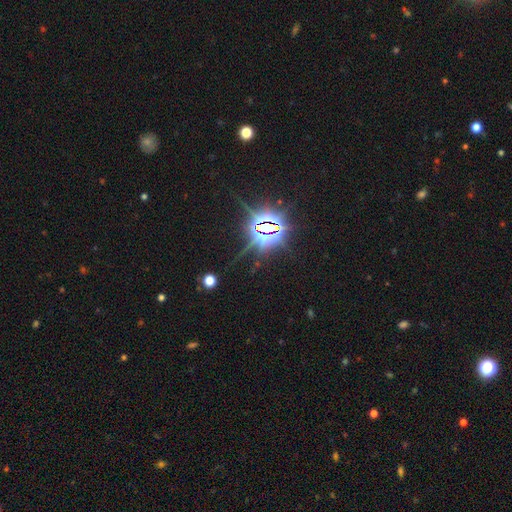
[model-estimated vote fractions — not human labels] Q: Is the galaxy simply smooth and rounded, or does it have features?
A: star or artifact — 86%.